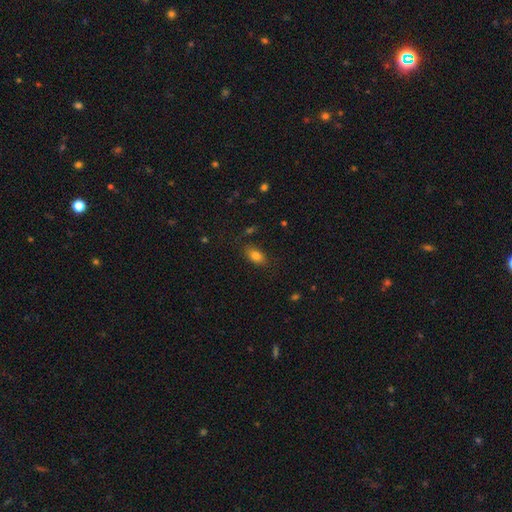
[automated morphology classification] A smooth galaxy with no disk features (81%) that is in between round and cigar-shaped (87%).

Vote fractions:
- Smooth or featured? smooth: 81% / star or artifact: 10% / featured or disk: 10%
- How rounded? in between: 87% / round: 9% / cigar-shaped: 4%
- Merging? none: 80% / minor disturbance: 14% / major disturbance: 4% / merger: 2%